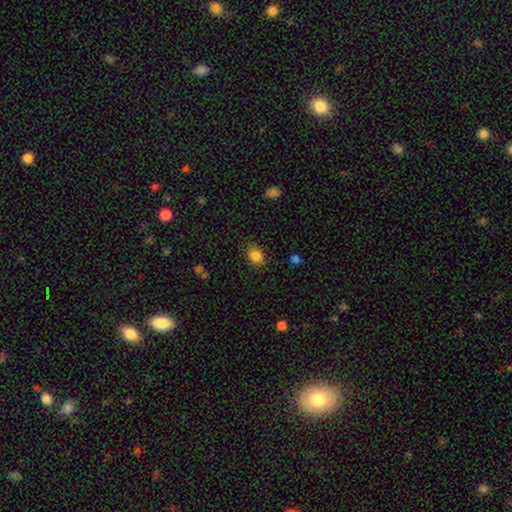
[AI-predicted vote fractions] This appears to be a smooth galaxy with no disk features (84%) that is in between round and cigar-shaped (60%). Merging: none (79%).